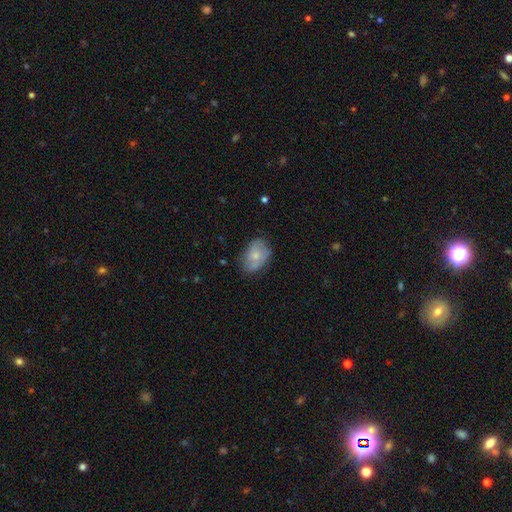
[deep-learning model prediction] Smooth or featured? smooth (62%)
How rounded? in between (83%)
Merging? none (67%)